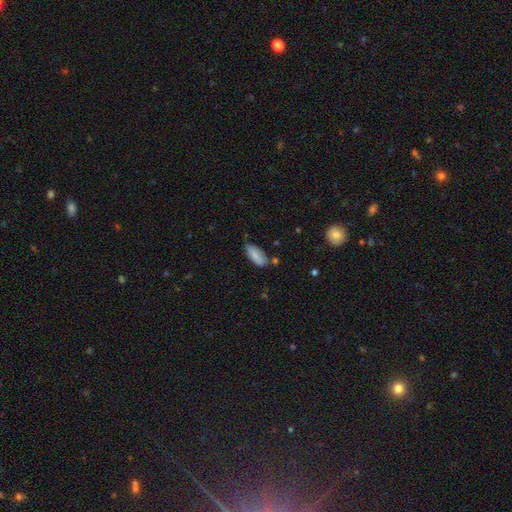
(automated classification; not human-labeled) Smooth or featured: smooth — 84% (featured or disk — 10%)
How rounded: in between — 84% (cigar-shaped — 14%)
Merging: none — 59% (minor disturbance — 30%)